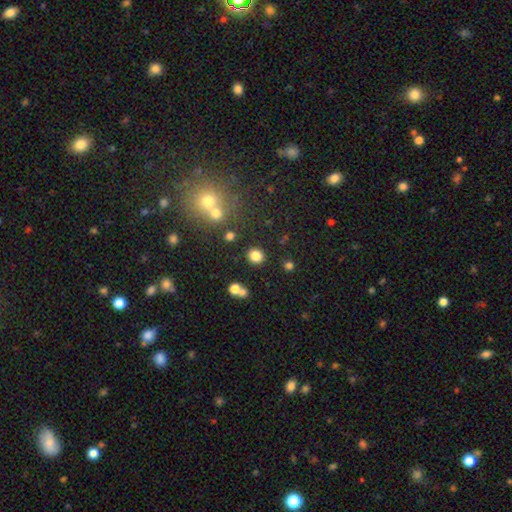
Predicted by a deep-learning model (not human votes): A smooth galaxy with no disk features (81%) that is round (83%). Merging: none (86%).